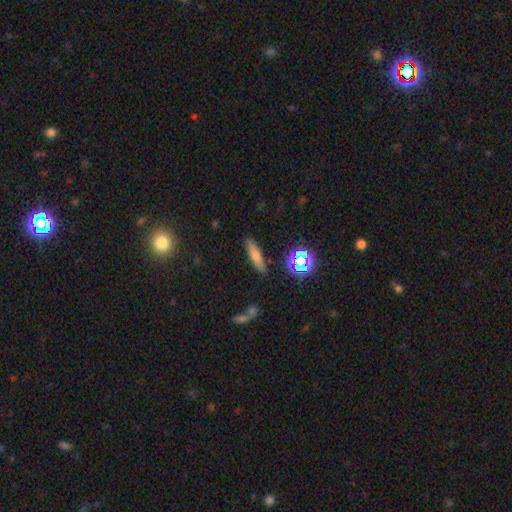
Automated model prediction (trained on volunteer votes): The model was most divided on "smooth or featured": smooth: 67%, featured or disk: 18%, star or artifact: 15%. More confident: merging — none (85%); how rounded — cigar-shaped (75%).